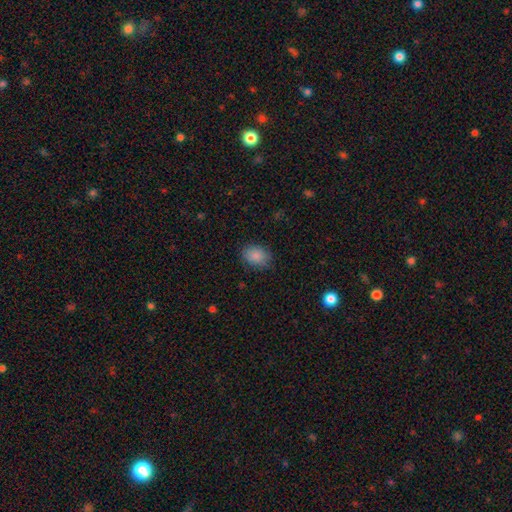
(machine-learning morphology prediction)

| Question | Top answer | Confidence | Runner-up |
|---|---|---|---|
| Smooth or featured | smooth | 88% | star or artifact (8%) |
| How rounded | in between | 68% | round (31%) |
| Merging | none | 83% | minor disturbance (13%) |